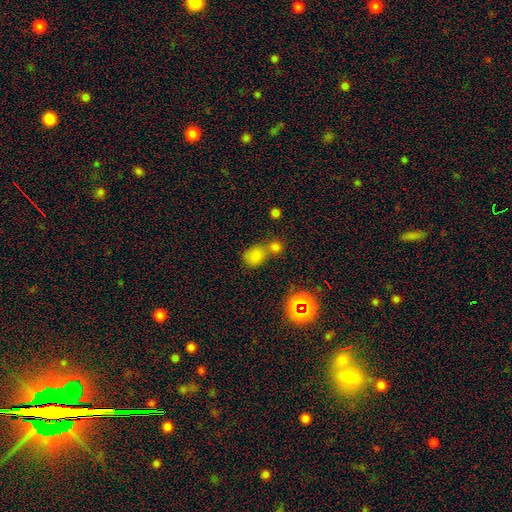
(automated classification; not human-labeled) Smooth or featured?
  - smooth: 74% *
  - star or artifact: 19%
  - featured or disk: 8%
How rounded?
  - in between: 51% *
  - round: 48%
  - cigar-shaped: 2%
Merging?
  - merger: 45% *
  - none: 41%
  - minor disturbance: 10%
  - major disturbance: 4%